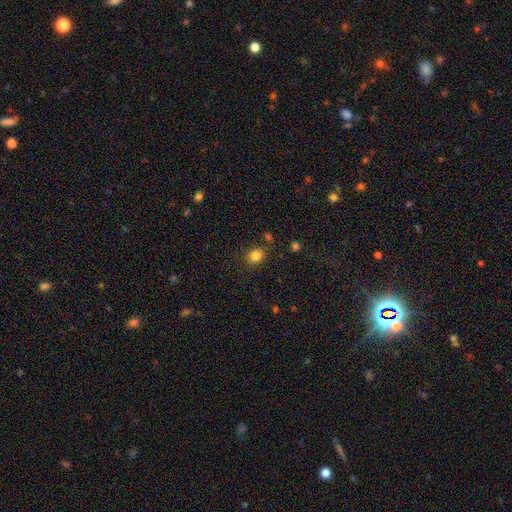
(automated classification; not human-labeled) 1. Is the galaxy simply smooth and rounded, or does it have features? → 83% smooth, 12% star or artifact, 5% featured or disk.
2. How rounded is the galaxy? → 70% round, 29% in between, 1% cigar-shaped.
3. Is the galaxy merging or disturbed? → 83% none, 10% minor disturbance, 4% merger, 3% major disturbance.